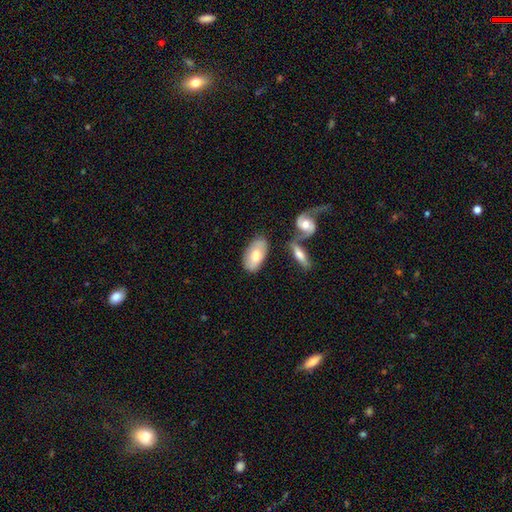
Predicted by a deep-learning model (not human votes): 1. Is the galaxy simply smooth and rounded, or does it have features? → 68% smooth, 27% featured or disk, 5% star or artifact.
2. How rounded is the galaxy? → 94% in between, 3% round, 3% cigar-shaped.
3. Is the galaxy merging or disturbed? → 69% none, 16% minor disturbance, 10% merger, 4% major disturbance.